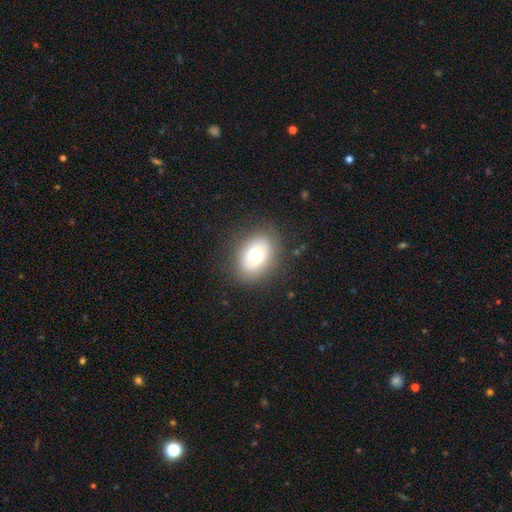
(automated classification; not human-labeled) smooth-or-featured: smooth: 62% | featured or disk: 28% | star or artifact: 10%
  how-rounded: in between: 69% | round: 30% | cigar-shaped: 1%
  merging: none: 81% | minor disturbance: 13% | major disturbance: 5% | merger: 1%